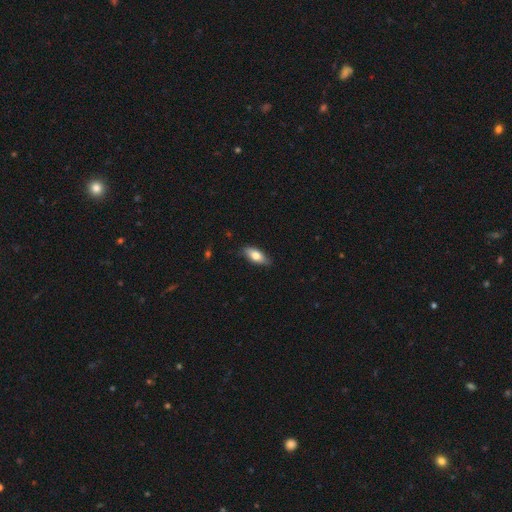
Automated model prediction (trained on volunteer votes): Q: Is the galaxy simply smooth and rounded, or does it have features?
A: smooth — 72%.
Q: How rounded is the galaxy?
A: in between — 80%.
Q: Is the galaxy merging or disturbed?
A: none — 84%.